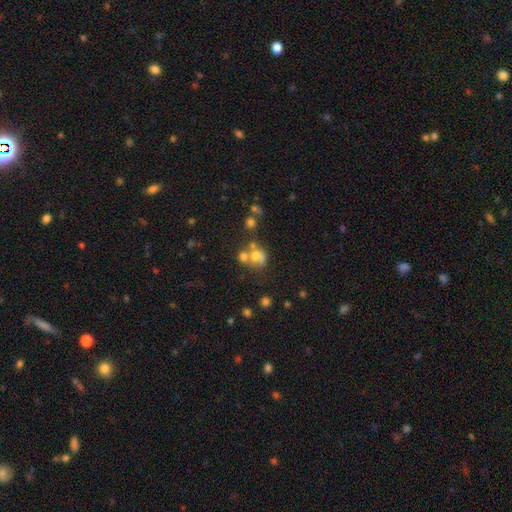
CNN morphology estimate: Smooth or featured? smooth (55%)
How rounded? round (64%)
Merging? merger (43%)